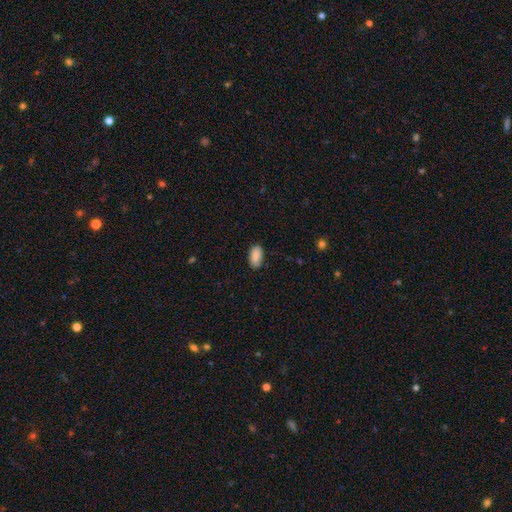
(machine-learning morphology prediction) Smooth or featured?
  - smooth: 88% *
  - star or artifact: 7%
  - featured or disk: 5%
How rounded?
  - in between: 94% *
  - cigar-shaped: 3%
  - round: 3%
Merging?
  - none: 84% *
  - minor disturbance: 12%
  - major disturbance: 2%
  - merger: 1%